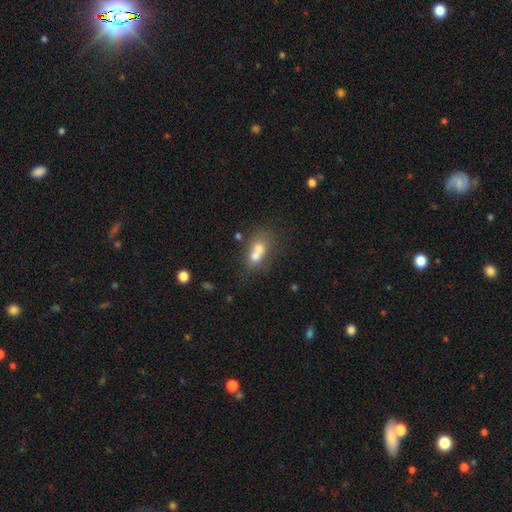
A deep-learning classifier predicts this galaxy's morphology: smooth-or-featured: smooth: 63% | featured or disk: 26% | star or artifact: 11%
  how-rounded: in between: 53% | round: 45% | cigar-shaped: 3%
  merging: merger: 66% | none: 22% | minor disturbance: 7% | major disturbance: 5%